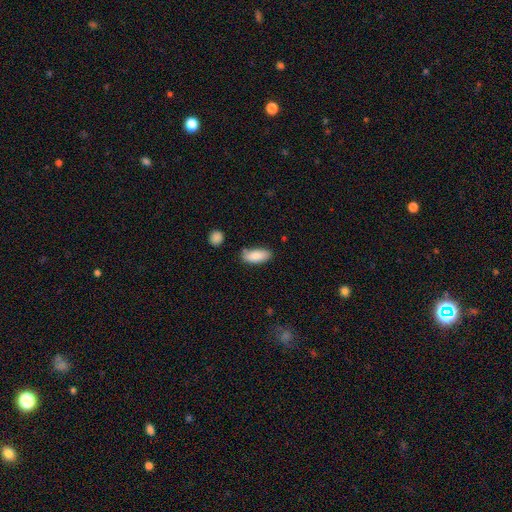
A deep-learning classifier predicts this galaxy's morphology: smooth_or_featured: smooth (p=0.87) [alt: featured or disk p=0.07]
how_rounded: in between (p=0.85) [alt: cigar-shaped p=0.13]
merging: none (p=0.74) [alt: minor disturbance p=0.19]